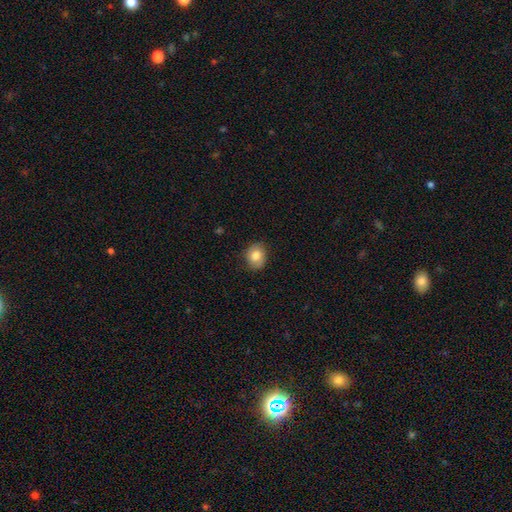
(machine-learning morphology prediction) smooth 81%, featured or disk 11%, star or artifact 8%. Down the decision tree: how rounded — round (57%); merging — none (79%).